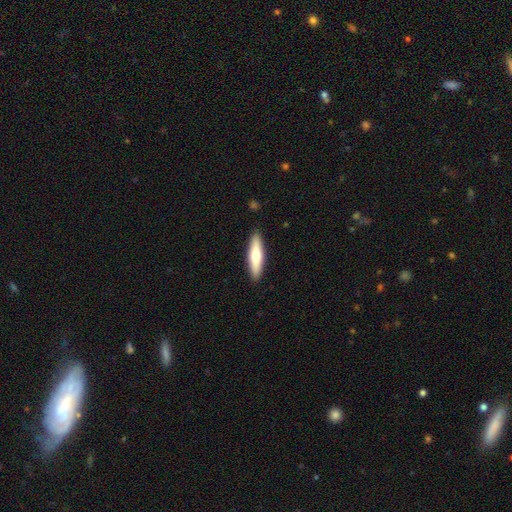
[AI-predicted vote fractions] smooth 62%, featured or disk 33%, star or artifact 5%. Down the decision tree: how rounded — cigar-shaped (75%); merging — none (90%).